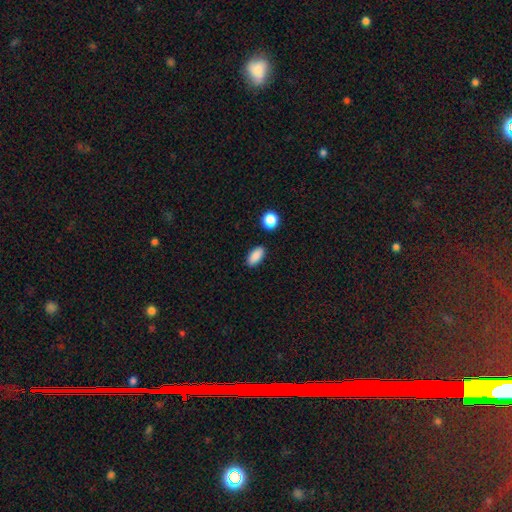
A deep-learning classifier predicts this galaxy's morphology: Smooth or featured?
  - smooth: 88% *
  - star or artifact: 8%
  - featured or disk: 4%
How rounded?
  - in between: 88% *
  - cigar-shaped: 7%
  - round: 4%
Merging?
  - none: 87% *
  - minor disturbance: 8%
  - merger: 3%
  - major disturbance: 2%